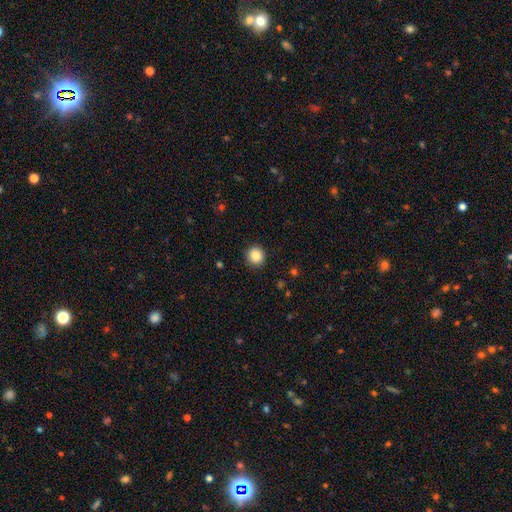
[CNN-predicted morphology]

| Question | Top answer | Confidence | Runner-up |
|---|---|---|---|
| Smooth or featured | smooth | 87% | star or artifact (9%) |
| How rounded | round | 94% | in between (5%) |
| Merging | none | 91% | minor disturbance (6%) |